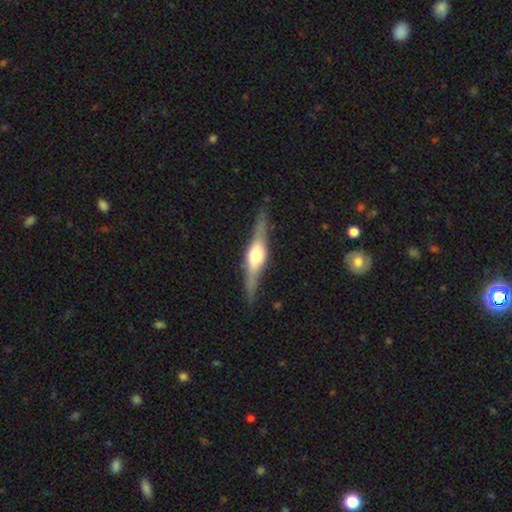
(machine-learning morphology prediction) featured or disk 78%, smooth 17%, star or artifact 5%. Down the decision tree: edge-on disk — yes (97%); edge-on bulge — rounded (88%); merging — none (86%).